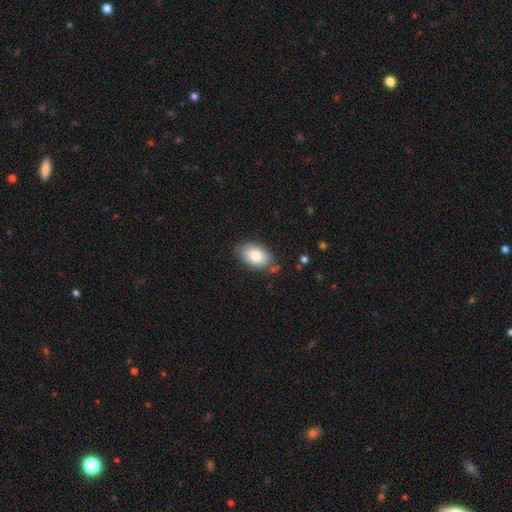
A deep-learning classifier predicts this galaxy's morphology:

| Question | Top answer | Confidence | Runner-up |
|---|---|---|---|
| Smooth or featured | smooth | 82% | featured or disk (11%) |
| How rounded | in between | 92% | round (7%) |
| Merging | none | 75% | minor disturbance (18%) |